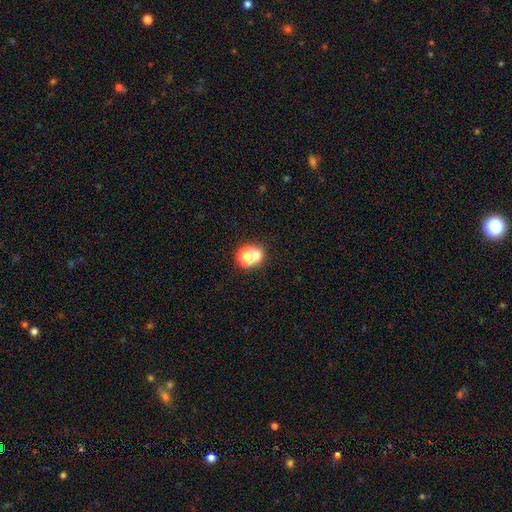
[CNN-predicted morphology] Smooth or featured? smooth (65%)
How rounded? round (68%)
Merging? none (48%)